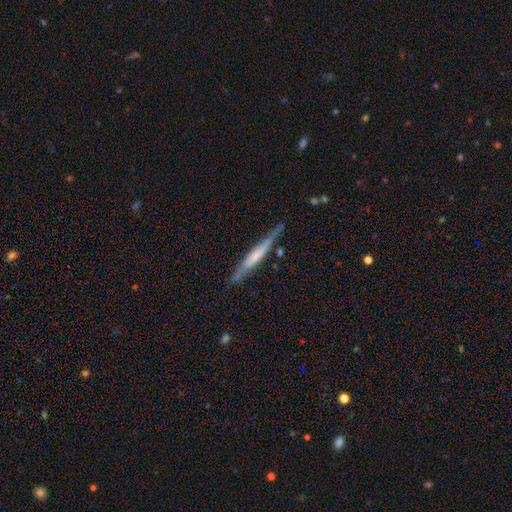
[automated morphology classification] Overall: featured or disk (59%; smooth 35%). Edge-on disk: yes (95%). Edge-on bulge: none (45%; boxy 33%). Merging: none (79%).